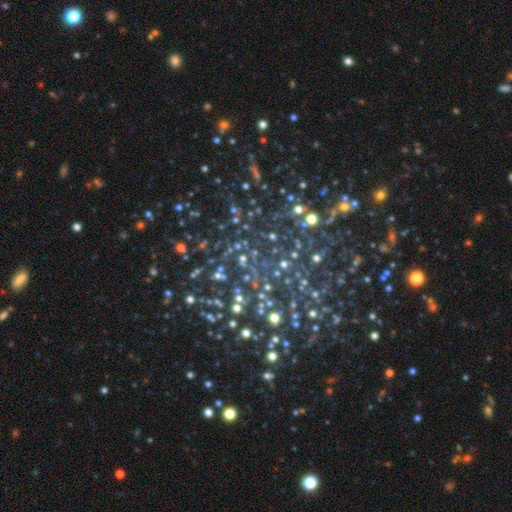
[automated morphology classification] Smooth or featured: star or artifact — 77% (smooth — 13%)